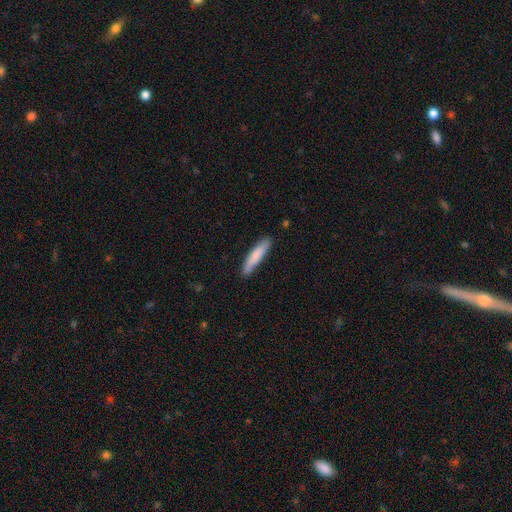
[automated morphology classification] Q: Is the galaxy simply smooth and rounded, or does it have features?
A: smooth — 80%.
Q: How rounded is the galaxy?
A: cigar-shaped — 88%.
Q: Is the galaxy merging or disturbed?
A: none — 84%.